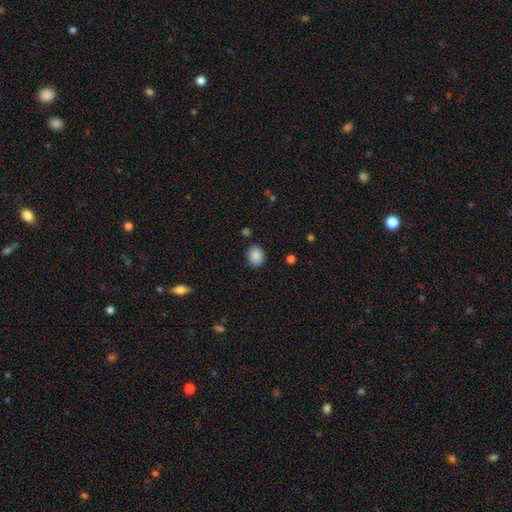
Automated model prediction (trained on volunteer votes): Morphology: type=smooth (88%); roundness=round (52%); merging=none (84%).